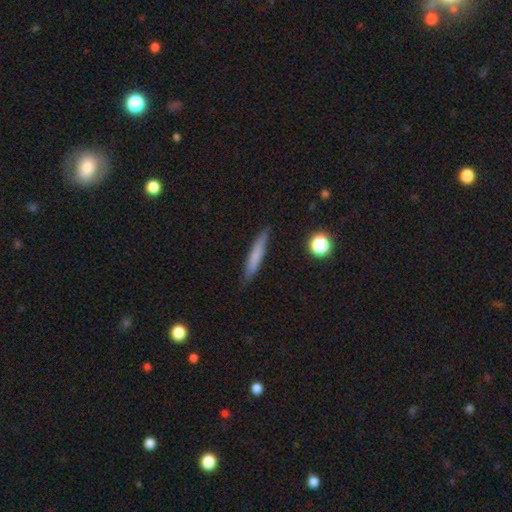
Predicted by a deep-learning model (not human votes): Overall: smooth (68%). How rounded: cigar-shaped (92%). Merging: none (86%).